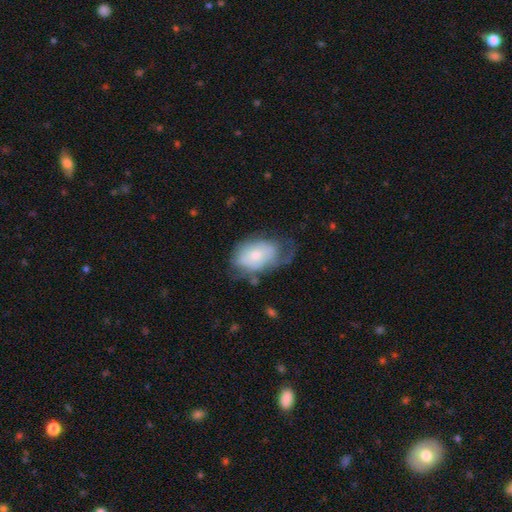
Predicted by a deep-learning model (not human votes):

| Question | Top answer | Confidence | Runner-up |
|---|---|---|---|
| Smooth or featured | smooth | 55% | featured or disk (38%) |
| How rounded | in between | 89% | round (10%) |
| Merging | none | 35% | minor disturbance (33%) |